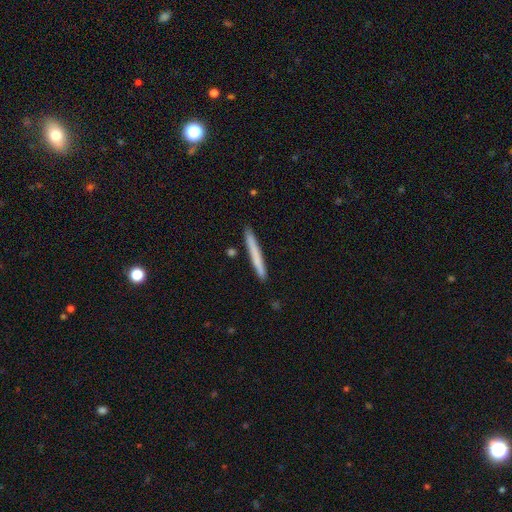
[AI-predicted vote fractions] This is likely a smooth galaxy (71%). How rounded: clearly cigar-shaped (97%). Merging: clearly none (90%).